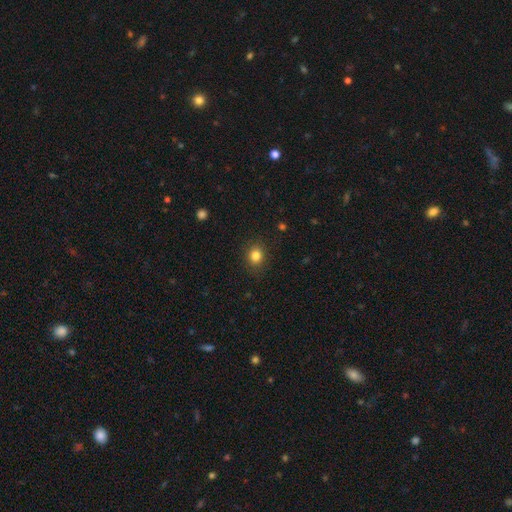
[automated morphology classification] Smooth or featured? Predicted: smooth (p=0.82). How rounded? Predicted: round (p=0.70). Merging? Predicted: none (p=0.88).